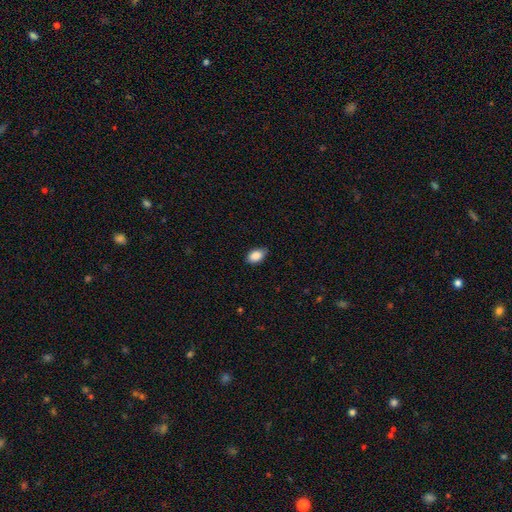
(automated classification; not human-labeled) Smooth or featured?
  - smooth: 89% *
  - star or artifact: 7%
  - featured or disk: 4%
How rounded?
  - in between: 91% *
  - round: 7%
  - cigar-shaped: 2%
Merging?
  - none: 78% *
  - minor disturbance: 18%
  - major disturbance: 2%
  - merger: 1%